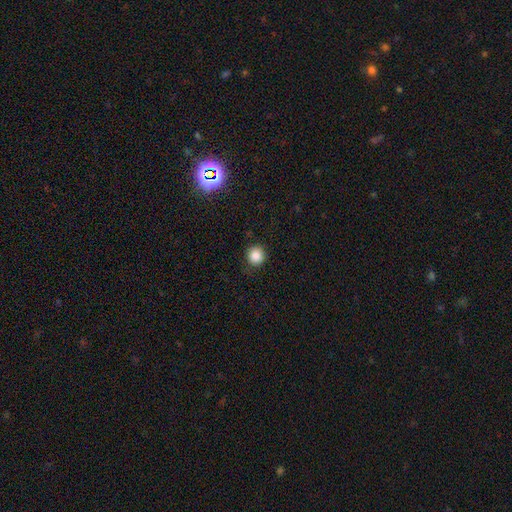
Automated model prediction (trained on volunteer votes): This is clearly a smooth galaxy (86%). How rounded: clearly round (92%). Merging: clearly none (86%).